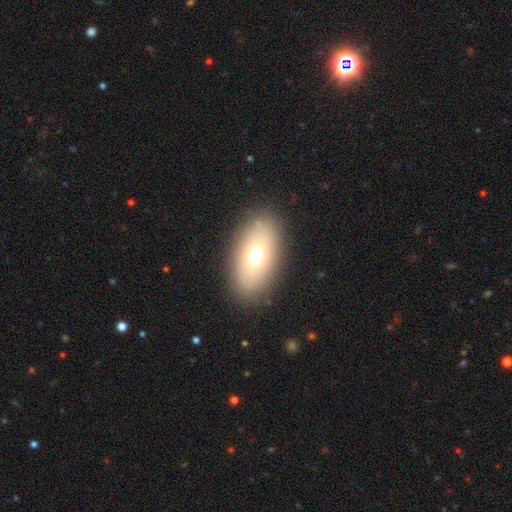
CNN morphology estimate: Smooth or featured? Predicted: smooth (p=0.67). How rounded? Predicted: in between (p=0.87). Merging? Predicted: none (p=0.87).